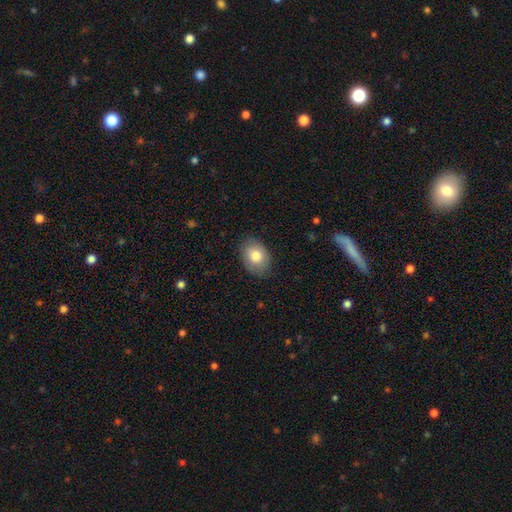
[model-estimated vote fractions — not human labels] Q: Smooth or featured?
A: smooth (80%); runner-up: featured or disk (12%)
Q: How rounded?
A: in between (77%); runner-up: round (22%)
Q: Merging?
A: none (83%); runner-up: minor disturbance (13%)